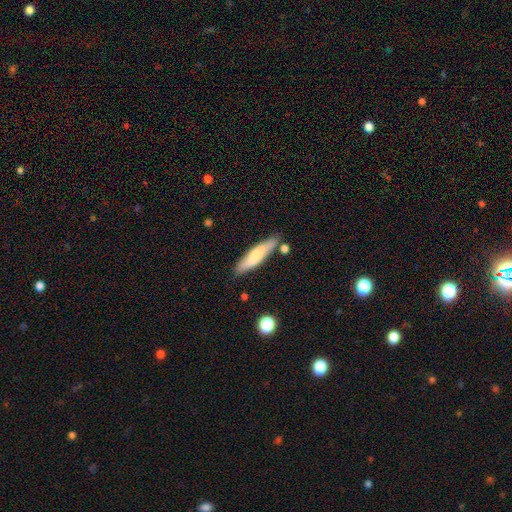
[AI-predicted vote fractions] Smooth or featured: smooth — 68% (featured or disk — 26%)
How rounded: cigar-shaped — 77% (in between — 21%)
Merging: none — 78% (minor disturbance — 14%)